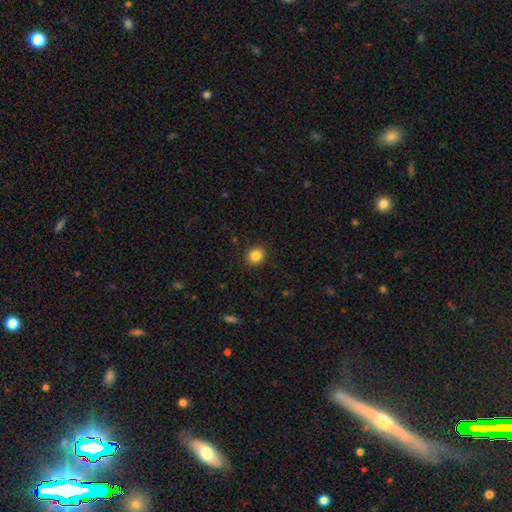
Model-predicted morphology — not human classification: Smooth or featured? smooth (86%)
How rounded? round (86%)
Merging? none (90%)